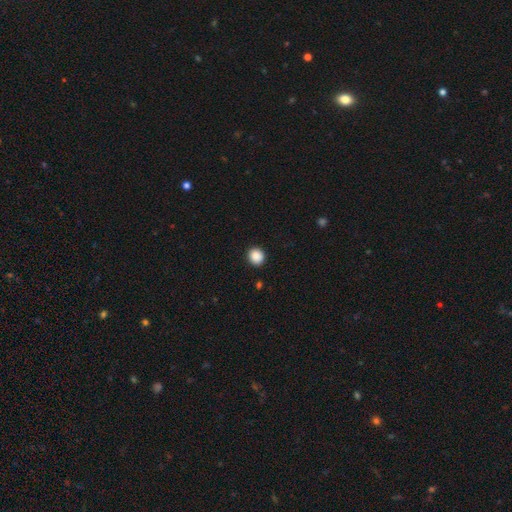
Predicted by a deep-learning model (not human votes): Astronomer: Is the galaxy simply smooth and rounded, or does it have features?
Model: smooth — 88%.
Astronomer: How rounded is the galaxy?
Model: round — 82%.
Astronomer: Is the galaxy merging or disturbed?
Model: none — 91%.